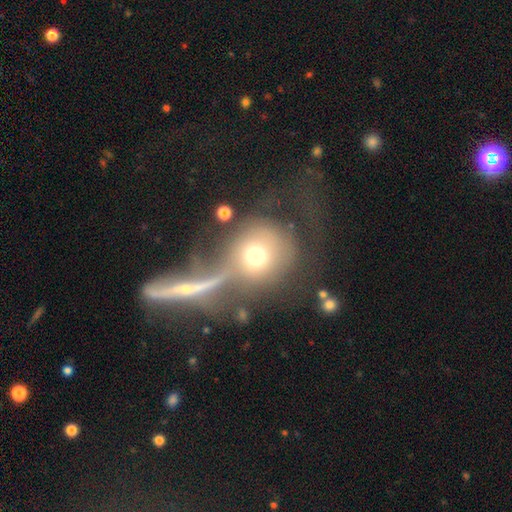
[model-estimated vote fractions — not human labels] This appears to be a smooth galaxy with no disk features (65%) that is round (85%). Merging: none (40%).